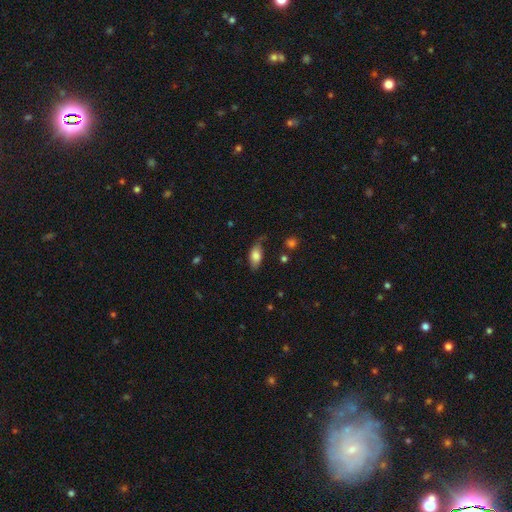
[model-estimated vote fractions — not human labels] smooth-or-featured: smooth: 75% | featured or disk: 18% | star or artifact: 7%
  how-rounded: in between: 87% | cigar-shaped: 8% | round: 4%
  merging: none: 57% | minor disturbance: 31% | major disturbance: 10% | merger: 2%